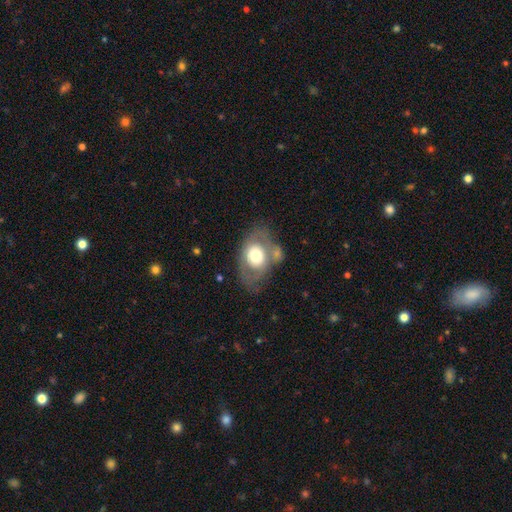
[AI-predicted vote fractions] The model was most divided on "smooth or featured": smooth: 50%, featured or disk: 42%, star or artifact: 7%. More confident: how rounded — in between (72%); merging — none (57%).